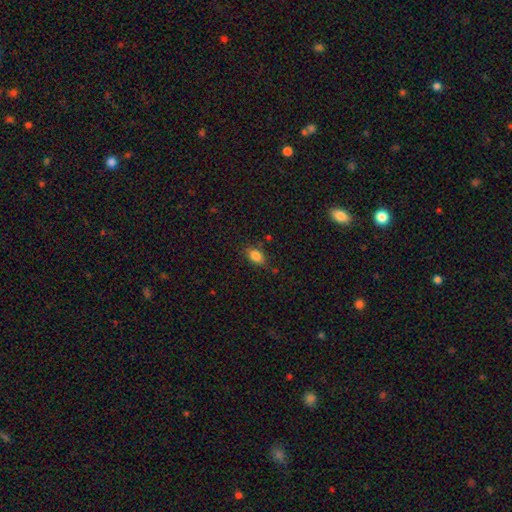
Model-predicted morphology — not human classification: smooth 84%, star or artifact 10%, featured or disk 6%. Down the decision tree: how rounded — in between (83%); merging — none (76%).